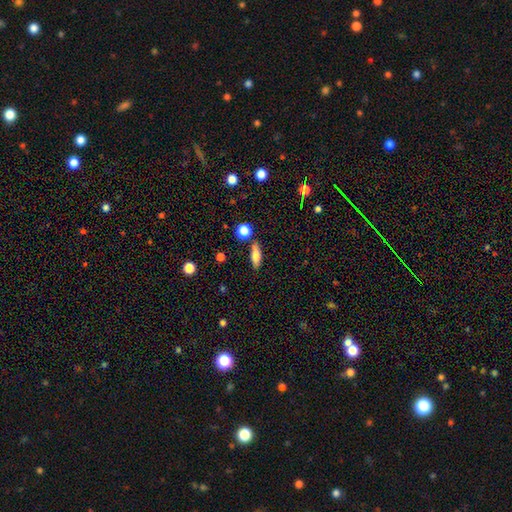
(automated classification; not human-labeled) This appears to be a smooth galaxy with no disk features (69%) that is in between round and cigar-shaped (60%). Merging: none (77%).